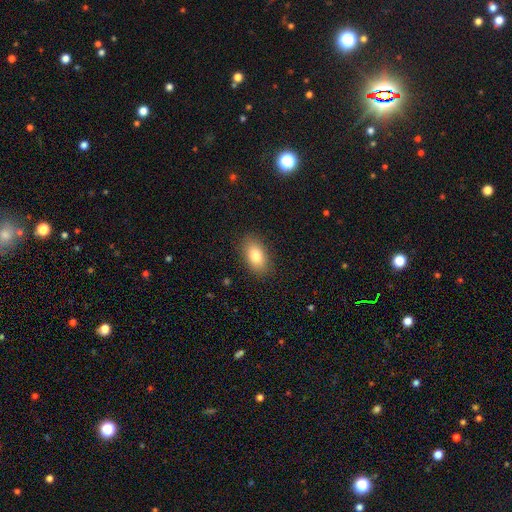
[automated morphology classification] smooth_or_featured: smooth (p=0.82) [alt: featured or disk p=0.10]
how_rounded: in between (p=0.90) [alt: round p=0.07]
merging: none (p=0.87) [alt: minor disturbance p=0.10]